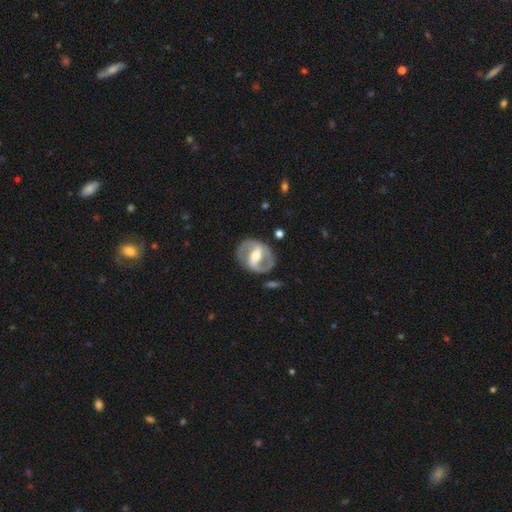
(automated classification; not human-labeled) A featured or disk galaxy (82%) with a strong bar (63%), 2 (87%) medium (49%) spiral arms (78%) and a moderate central bulge (66%).

Vote fractions:
- Smooth or featured? featured or disk: 82% / smooth: 14% / star or artifact: 4%
- Edge-on disk? no: 96% / yes: 4%
- Bar? strong: 63% / weak: 26% / no: 10%
- Spiral arms? yes: 78% / no: 22%
- Spiral winding? medium: 49% / tight: 33% / loose: 18%
- Spiral arm count? 2: 87% / can't tell: 7% / 1: 4% / 3: 1% / 4: 1% / more than 4: 1%
- Bulge size? moderate: 66% / small: 22% / large: 9% / none: 2% / dominant: 1%
- Merging? none: 81% / minor disturbance: 12% / major disturbance: 6% / merger: 2%